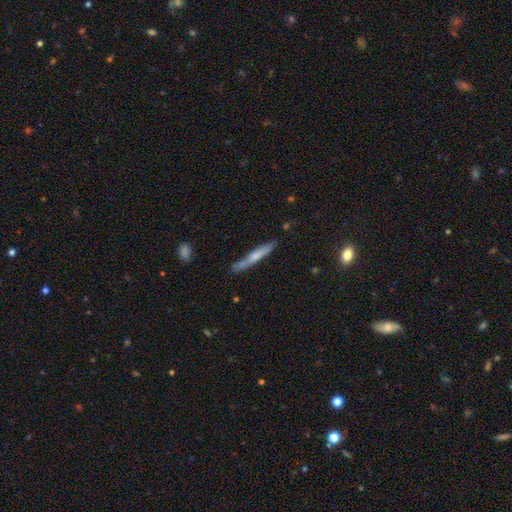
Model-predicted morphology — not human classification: A smooth galaxy with no disk features (50%).

Vote fractions:
- Smooth or featured? smooth: 50% / featured or disk: 44% / star or artifact: 6%
- Merging? none: 76% / minor disturbance: 16% / merger: 5% / major disturbance: 3%